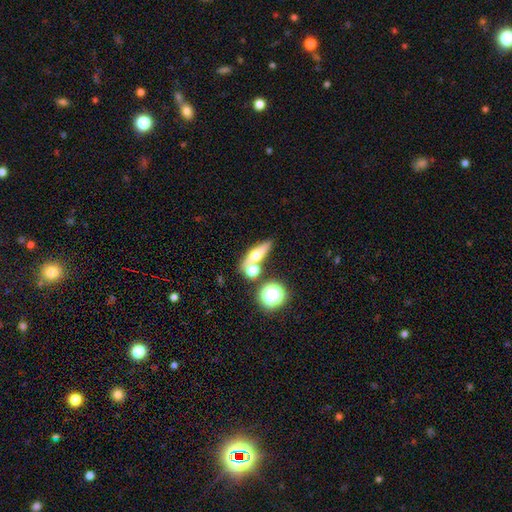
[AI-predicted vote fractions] This appears to be a smooth galaxy with no disk features (47%). Merging: none (61%).